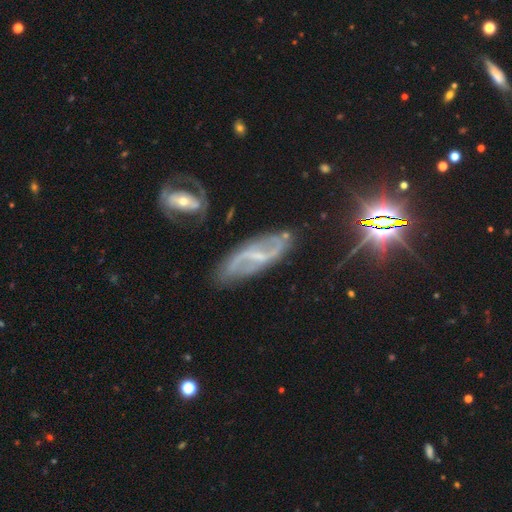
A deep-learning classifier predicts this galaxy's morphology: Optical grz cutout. It shows a featured or disk galaxy (80%) with a weak bar (44%), 2 (84%) loose (51%) spiral arms (91%) and a small central bulge (58%). Merging: none (72%).